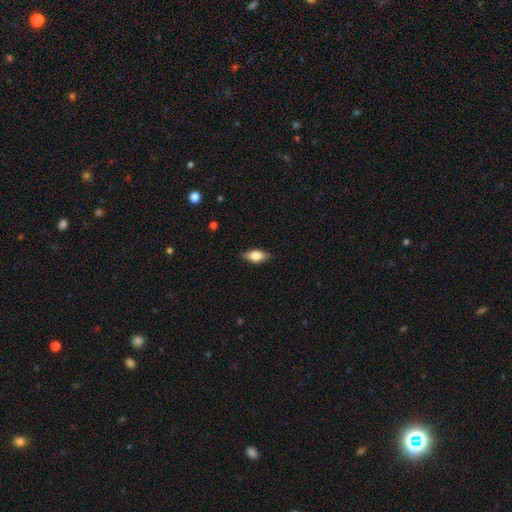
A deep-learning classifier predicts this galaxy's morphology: Smooth or featured? smooth (68%)
How rounded? in between (82%)
Merging? none (84%)